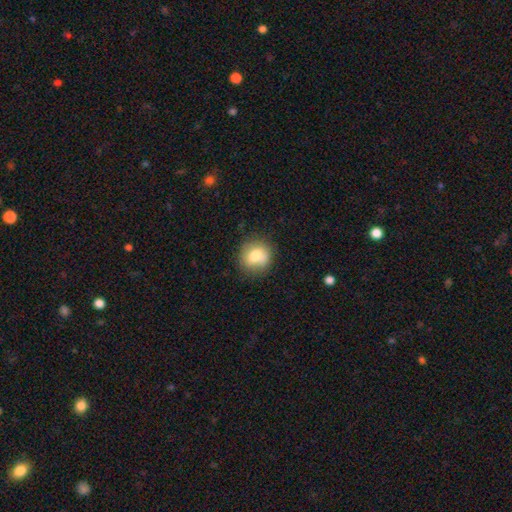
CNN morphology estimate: This is likely a smooth galaxy (76%). How rounded: clearly round (81%). Merging: likely none (76%).